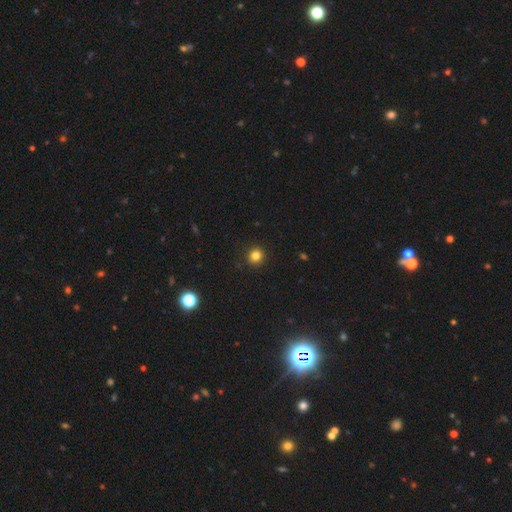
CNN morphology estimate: Smooth or featured?
  - smooth: 82% *
  - star or artifact: 13%
  - featured or disk: 5%
How rounded?
  - round: 90% *
  - in between: 9%
  - cigar-shaped: 1%
Merging?
  - none: 91% *
  - minor disturbance: 6%
  - major disturbance: 2%
  - merger: 1%